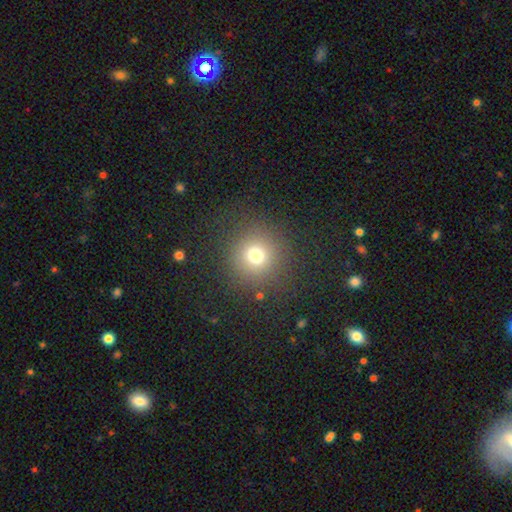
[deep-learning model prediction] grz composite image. It shows a smooth galaxy with no disk features (72%) that is round (94%). Merging: none (86%).